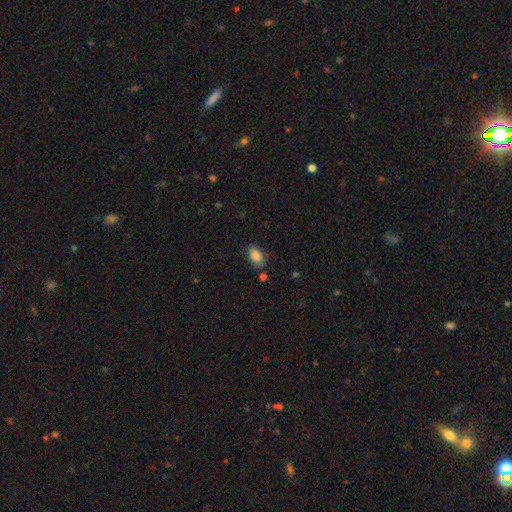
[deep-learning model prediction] The model was most divided on "merging": none: 72%, minor disturbance: 19%, major disturbance: 5%, merger: 4%. More confident: how rounded — in between (90%); smooth or featured — smooth (85%).